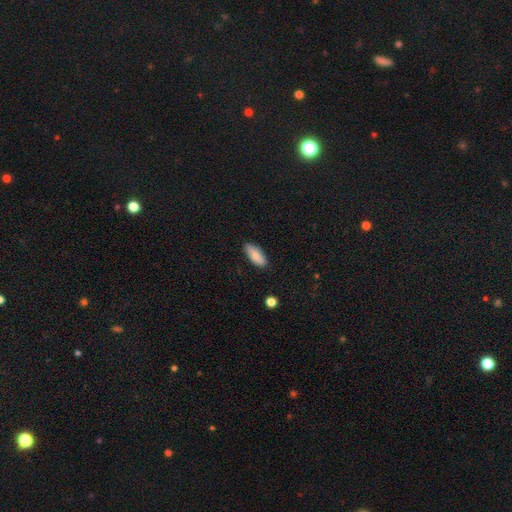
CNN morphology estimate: Smooth or featured? smooth (83%)
How rounded? in between (78%)
Merging? none (85%)